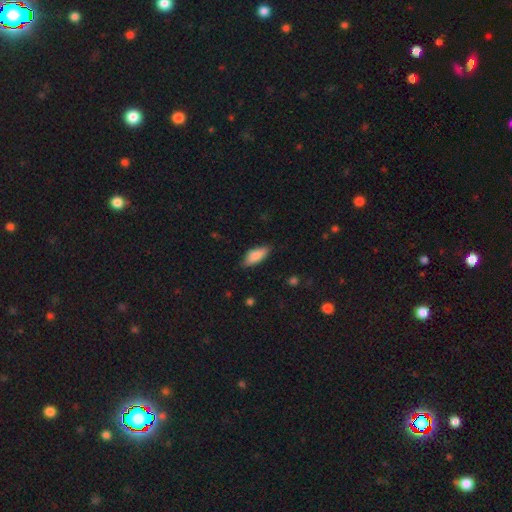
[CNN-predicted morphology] smooth 85%, featured or disk 8%, star or artifact 6%. Down the decision tree: how rounded — in between (77%); merging — none (79%).